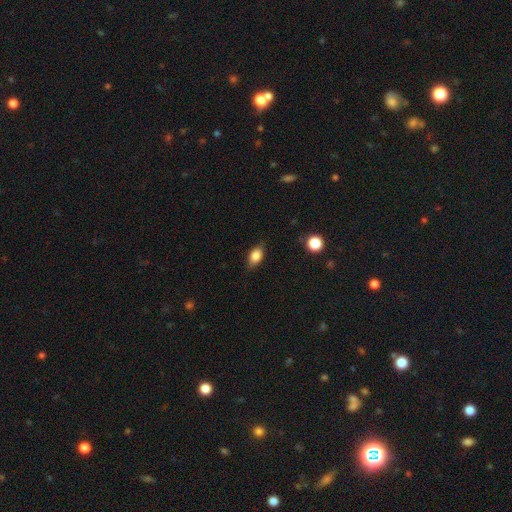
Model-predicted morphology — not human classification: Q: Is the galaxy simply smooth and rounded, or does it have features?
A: smooth — 81%.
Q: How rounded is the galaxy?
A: in between — 84%.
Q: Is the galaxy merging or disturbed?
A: none — 79%.